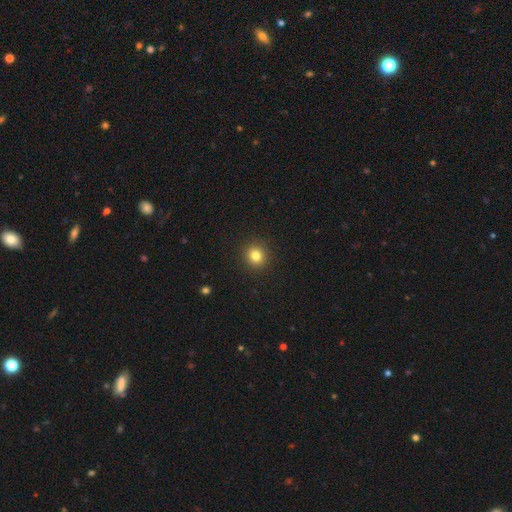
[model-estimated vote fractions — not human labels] This is clearly a smooth galaxy (82%). How rounded: clearly round (89%). Merging: clearly none (92%).